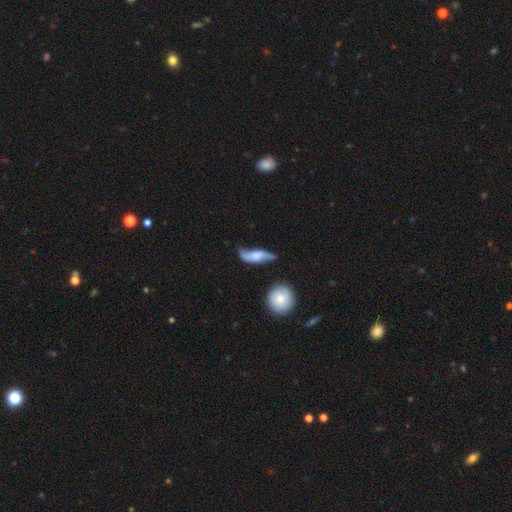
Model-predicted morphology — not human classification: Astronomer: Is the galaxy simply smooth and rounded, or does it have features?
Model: featured or disk — 69%.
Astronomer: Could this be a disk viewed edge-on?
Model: no — 86%.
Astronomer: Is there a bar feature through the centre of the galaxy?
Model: no — 54% (runner-up: weak, 35%).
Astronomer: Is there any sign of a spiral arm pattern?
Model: yes — 93%.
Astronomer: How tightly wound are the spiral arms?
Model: loose — 80%.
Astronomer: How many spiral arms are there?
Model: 2 — 90%.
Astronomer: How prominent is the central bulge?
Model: moderate — 32% (runner-up: small, 31%).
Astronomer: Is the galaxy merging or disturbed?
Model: none — 58%.